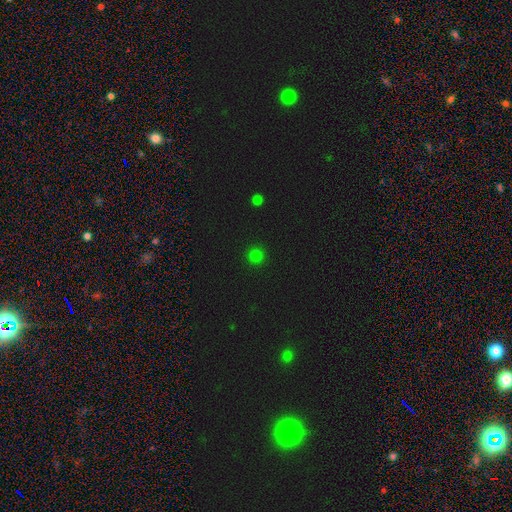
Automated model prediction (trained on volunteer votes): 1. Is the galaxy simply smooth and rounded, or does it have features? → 80% smooth, 17% star or artifact, 3% featured or disk.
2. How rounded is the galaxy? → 95% round, 4% in between, 1% cigar-shaped.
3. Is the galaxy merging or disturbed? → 92% none, 5% minor disturbance, 2% major disturbance, 1% merger.